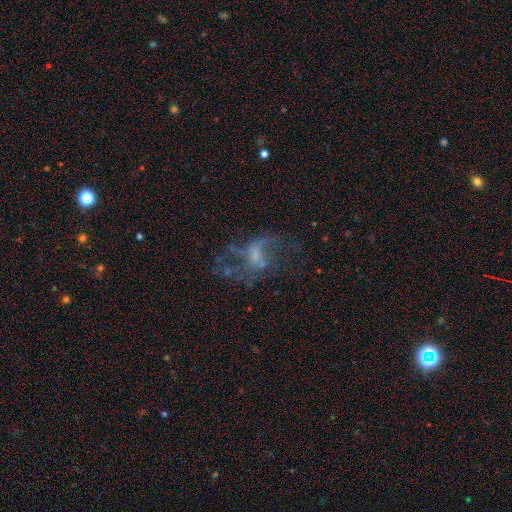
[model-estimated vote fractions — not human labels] smooth_or_featured: featured or disk (p=0.62) [alt: smooth p=0.21]
disk_edge_on: no (p=0.97) [alt: yes p=0.03]
bar: no (p=0.66) [alt: weak p=0.28]
has_spiral_arms: no (p=0.57) [alt: yes p=0.43]
bulge_size: none (p=0.45) [alt: small p=0.29]
merging: major disturbance (p=0.41) [alt: none p=0.37]